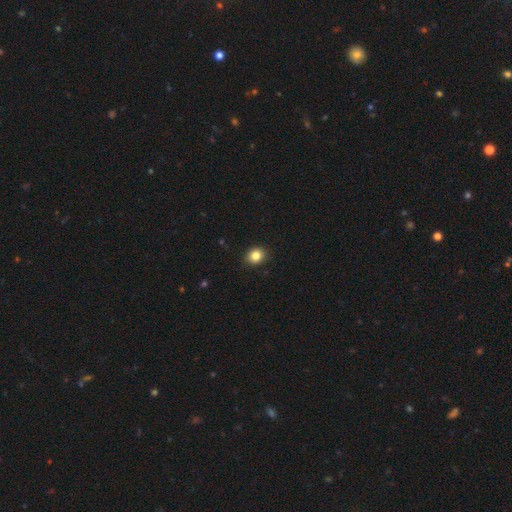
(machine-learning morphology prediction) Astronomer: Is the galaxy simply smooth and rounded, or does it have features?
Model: smooth — 85%.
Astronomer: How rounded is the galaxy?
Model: round — 72%.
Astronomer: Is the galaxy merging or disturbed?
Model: none — 90%.